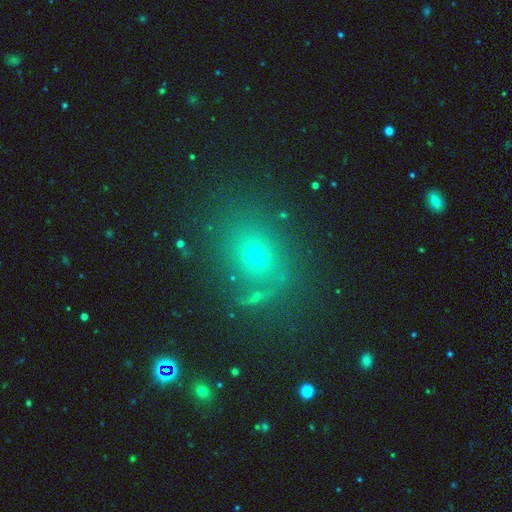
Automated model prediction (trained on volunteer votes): Smooth or featured?
  - smooth: 56% *
  - star or artifact: 31%
  - featured or disk: 13%
How rounded?
  - round: 61% *
  - in between: 38%
  - cigar-shaped: 1%
Merging?
  - none: 78% *
  - minor disturbance: 11%
  - major disturbance: 5%
  - merger: 5%